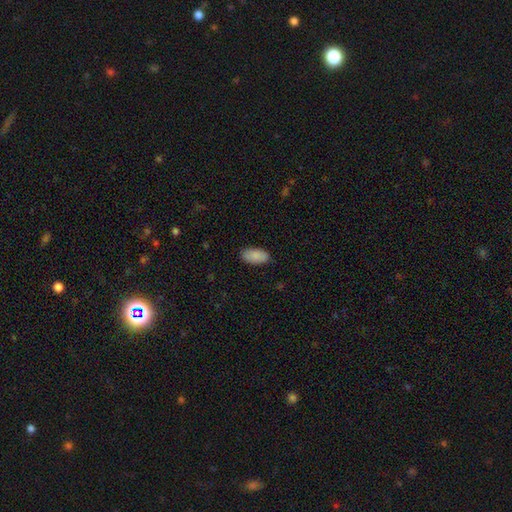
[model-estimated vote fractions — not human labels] Smooth or featured? smooth (88%)
How rounded? in between (95%)
Merging? none (87%)